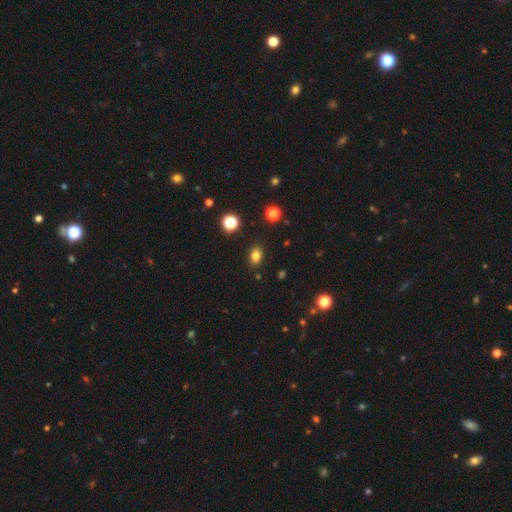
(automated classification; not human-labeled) Overall: smooth (80%). How rounded: in between (71%). Merging: none (86%).